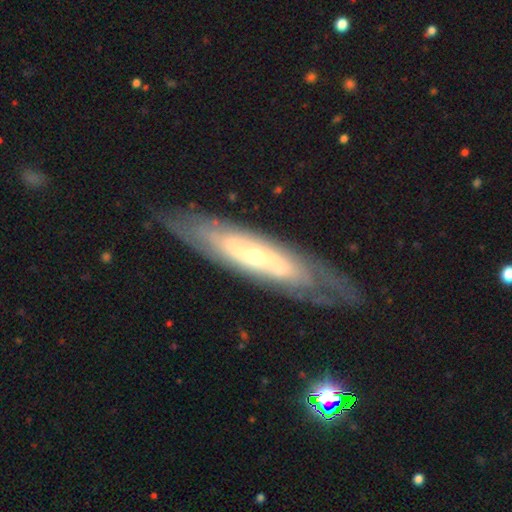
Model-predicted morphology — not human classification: Smooth or featured? featured or disk (77%)
Edge-on disk? no (73%)
Bar? no (67%)
Spiral arms? yes (76%)
Bulge size? small (60%)
Merging? none (78%)